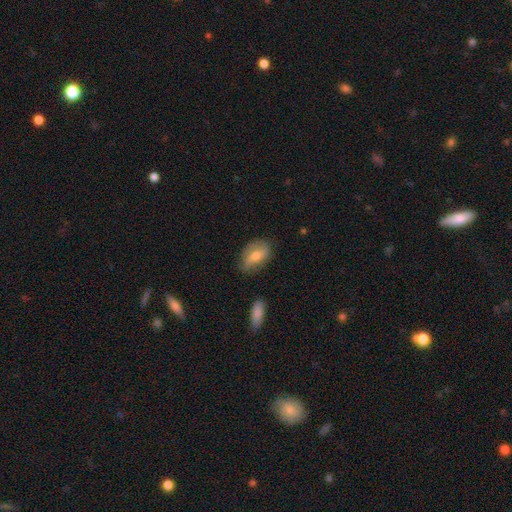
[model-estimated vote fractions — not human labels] This appears to be a smooth galaxy with no disk features (59%) that is in between round and cigar-shaped (88%). Merging: none (71%).